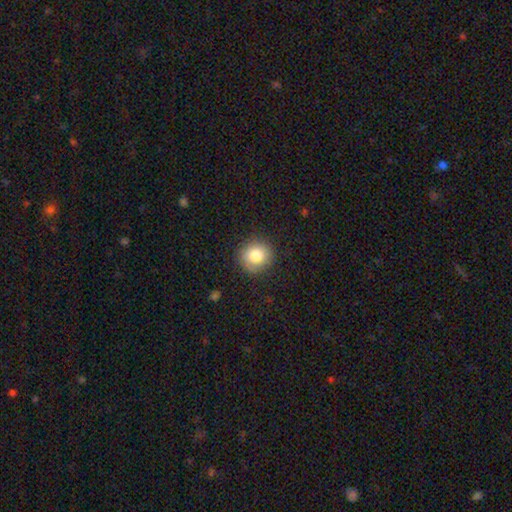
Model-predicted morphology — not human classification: This is clearly a smooth galaxy (81%). How rounded: clearly round (89%). Merging: clearly none (87%).